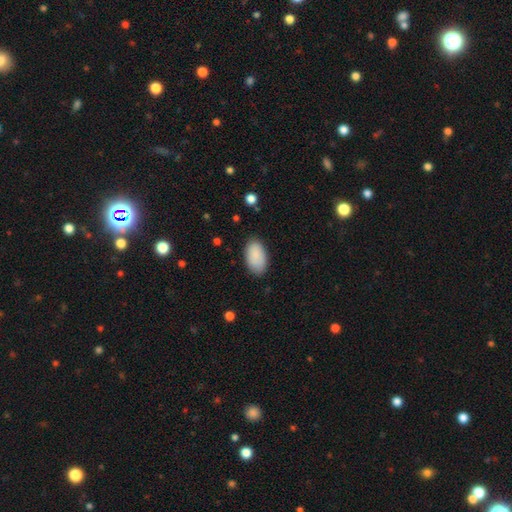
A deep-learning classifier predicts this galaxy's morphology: smooth 89%, star or artifact 6%, featured or disk 5%. Down the decision tree: how rounded — in between (95%); merging — none (84%).